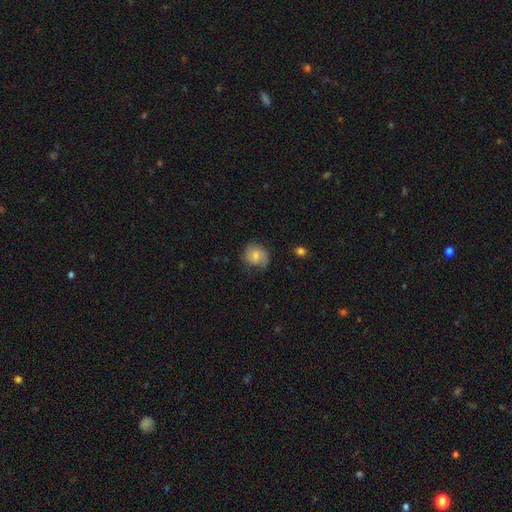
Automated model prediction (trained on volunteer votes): Smooth or featured: smooth — 54% (featured or disk — 39%)
How rounded: round — 71% (in between — 28%)
Merging: none — 64% (minor disturbance — 25%)